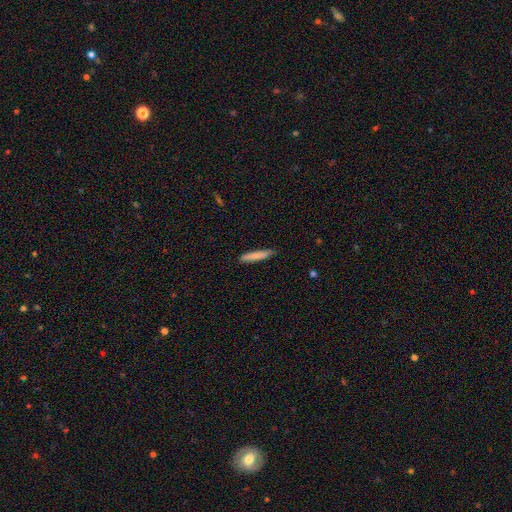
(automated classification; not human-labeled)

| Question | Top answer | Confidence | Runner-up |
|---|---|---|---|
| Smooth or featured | smooth | 82% | featured or disk (12%) |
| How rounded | cigar-shaped | 91% | in between (8%) |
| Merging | none | 85% | minor disturbance (12%) |